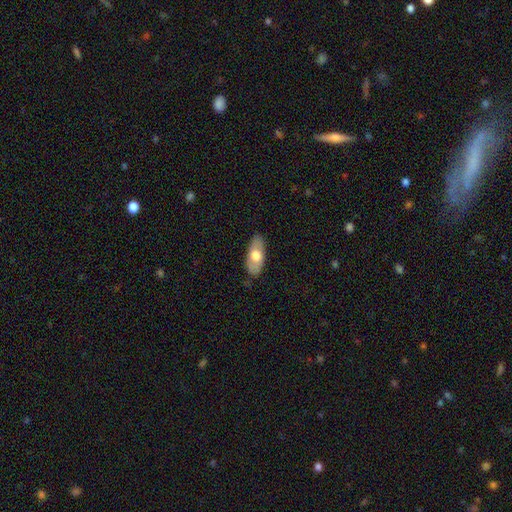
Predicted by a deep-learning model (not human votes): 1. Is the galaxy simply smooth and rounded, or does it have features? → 59% smooth, 36% featured or disk, 5% star or artifact.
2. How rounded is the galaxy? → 85% in between, 12% cigar-shaped, 3% round.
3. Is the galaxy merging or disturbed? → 81% none, 15% minor disturbance, 3% major disturbance, 1% merger.